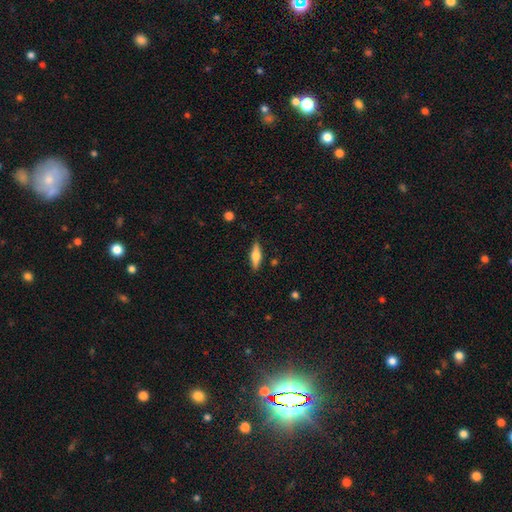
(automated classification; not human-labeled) Smooth or featured: smooth — 55% (featured or disk — 39%)
How rounded: cigar-shaped — 51% (in between — 46%)
Merging: none — 86% (minor disturbance — 10%)